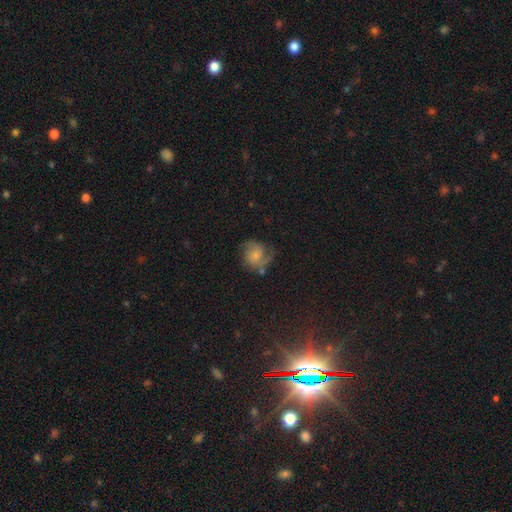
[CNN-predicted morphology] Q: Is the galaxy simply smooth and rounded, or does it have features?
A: featured or disk — 61%.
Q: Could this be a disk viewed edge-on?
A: no — 98%.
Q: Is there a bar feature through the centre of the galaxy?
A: no — 71%.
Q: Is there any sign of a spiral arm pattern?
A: yes — 90%.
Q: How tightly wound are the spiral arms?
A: medium — 45%.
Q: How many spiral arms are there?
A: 2 — 66%.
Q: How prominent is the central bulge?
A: small — 54%.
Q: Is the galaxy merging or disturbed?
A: none — 56%.